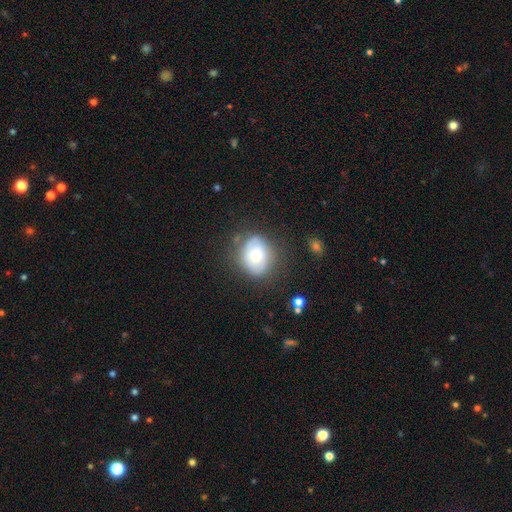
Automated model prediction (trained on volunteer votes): This is likely a smooth galaxy (60%). How rounded: possibly round (55%). Merging: likely none (68%).